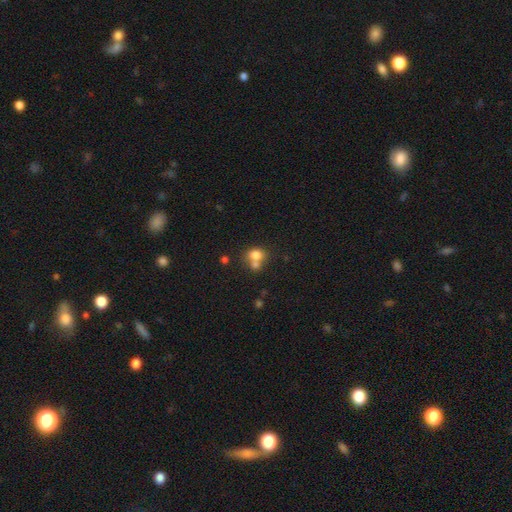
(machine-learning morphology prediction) Smooth or featured?
  - smooth: 76% *
  - featured or disk: 13%
  - star or artifact: 12%
How rounded?
  - round: 55% *
  - in between: 44%
  - cigar-shaped: 1%
Merging?
  - merger: 51% *
  - none: 36%
  - minor disturbance: 9%
  - major disturbance: 4%